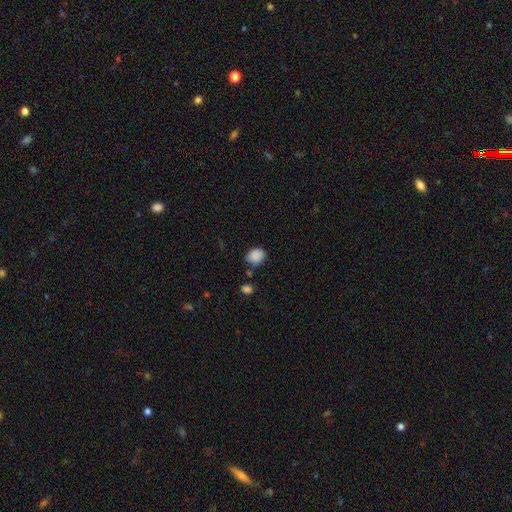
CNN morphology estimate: Smooth or featured: smooth — 87% (star or artifact — 9%)
How rounded: in between — 53% (round — 46%)
Merging: none — 66% (minor disturbance — 22%)